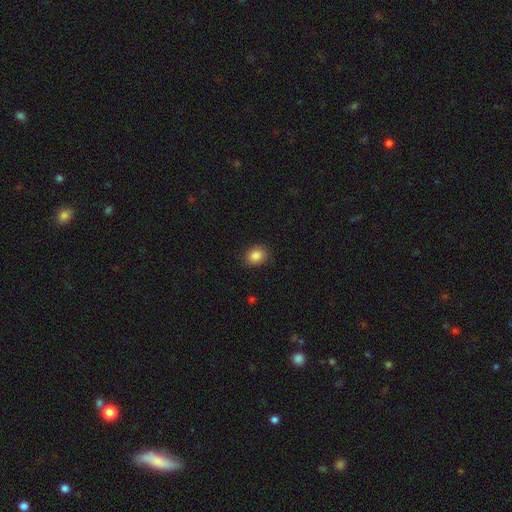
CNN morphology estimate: This is clearly a smooth galaxy (86%). How rounded: possibly round (56%). Merging: clearly none (86%).